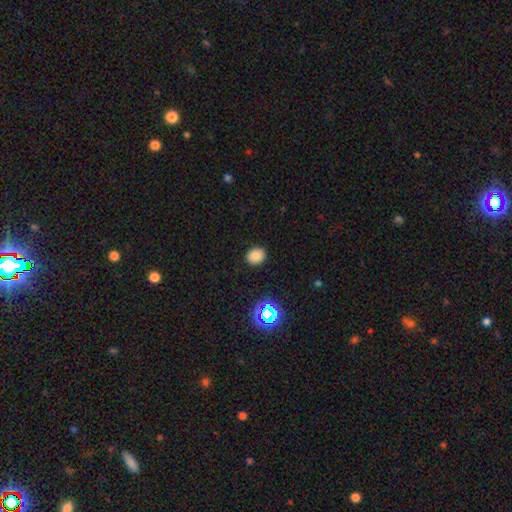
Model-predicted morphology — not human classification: The model was most divided on "how rounded": round: 65%, in between: 34%, cigar-shaped: 1%. More confident: merging — none (90%); smooth or featured — smooth (79%).